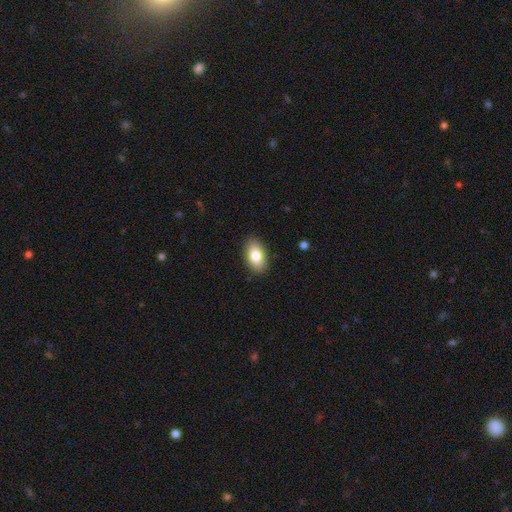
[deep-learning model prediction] smooth 81%, featured or disk 12%, star or artifact 7%. Down the decision tree: how rounded — in between (91%); merging — none (88%).